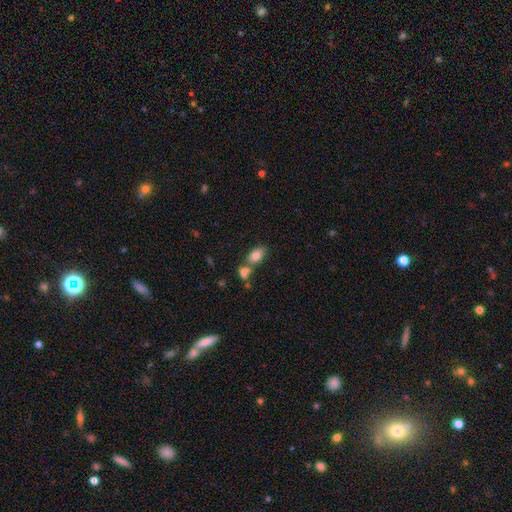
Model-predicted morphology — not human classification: Smooth or featured? smooth (81%)
How rounded? in between (88%)
Merging? none (50%)